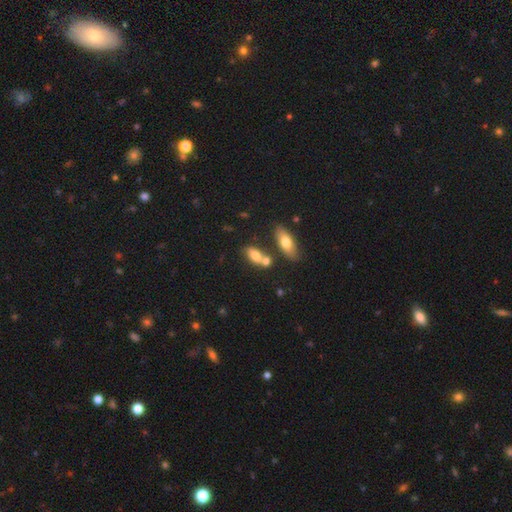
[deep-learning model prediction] A smooth galaxy with no disk features (74%) that is in between round and cigar-shaped (81%).

Vote fractions:
- Smooth or featured? smooth: 74% / featured or disk: 17% / star or artifact: 9%
- How rounded? in between: 81% / cigar-shaped: 10% / round: 9%
- Merging? none: 44% / merger: 39% / minor disturbance: 13% / major disturbance: 5%